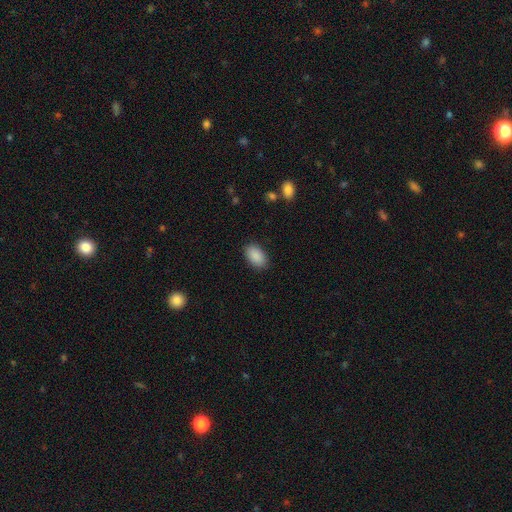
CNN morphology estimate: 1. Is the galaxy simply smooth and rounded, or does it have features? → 90% smooth, 7% star or artifact, 3% featured or disk.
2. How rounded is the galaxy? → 92% in between, 7% round, 1% cigar-shaped.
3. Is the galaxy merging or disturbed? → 87% none, 9% minor disturbance, 2% major disturbance, 1% merger.